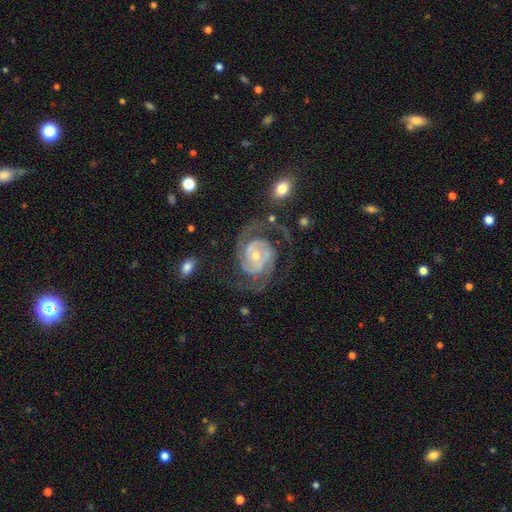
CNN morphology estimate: Smooth or featured? featured or disk (91%)
Edge-on disk? no (98%)
Bar? no (59%)
Spiral arms? yes (98%)
Spiral winding? tight (47%)
Spiral arm count? 2 (79%)
Bulge size? small (60%)
Merging? none (69%)